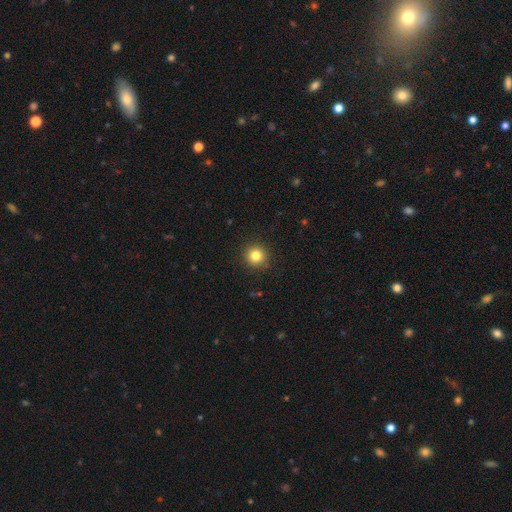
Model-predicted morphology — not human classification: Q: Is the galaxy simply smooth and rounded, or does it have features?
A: smooth — 82%.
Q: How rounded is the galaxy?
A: round — 94%.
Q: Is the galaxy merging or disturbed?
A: none — 91%.